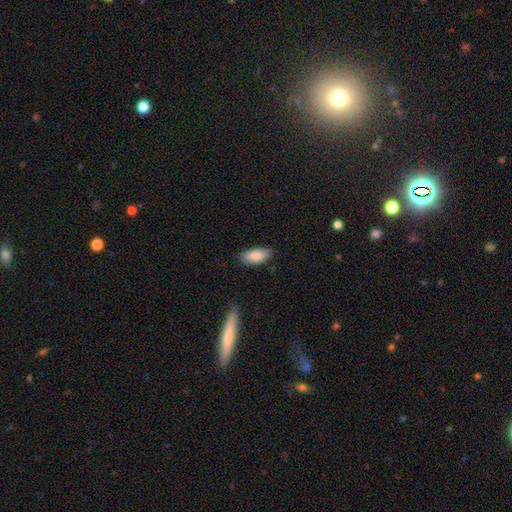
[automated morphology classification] smooth-or-featured: smooth: 87% | featured or disk: 7% | star or artifact: 6%
  how-rounded: in between: 91% | cigar-shaped: 7% | round: 2%
  merging: none: 81% | minor disturbance: 15% | major disturbance: 3% | merger: 1%